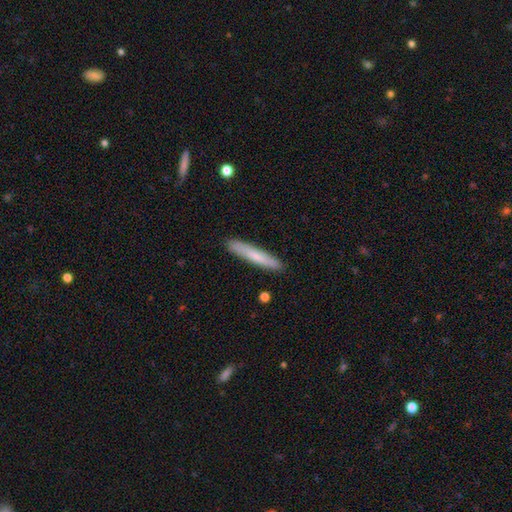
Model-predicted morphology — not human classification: Smooth or featured? smooth (70%)
How rounded? cigar-shaped (94%)
Merging? none (89%)